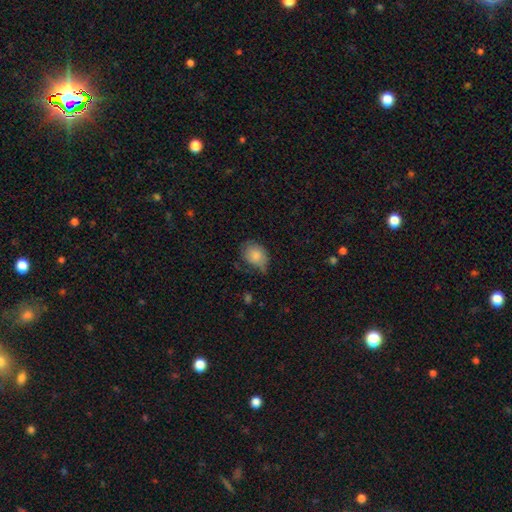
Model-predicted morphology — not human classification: Smooth or featured: smooth — 81% (featured or disk — 12%)
How rounded: in between — 60% (round — 39%)
Merging: none — 46% (minor disturbance — 38%)